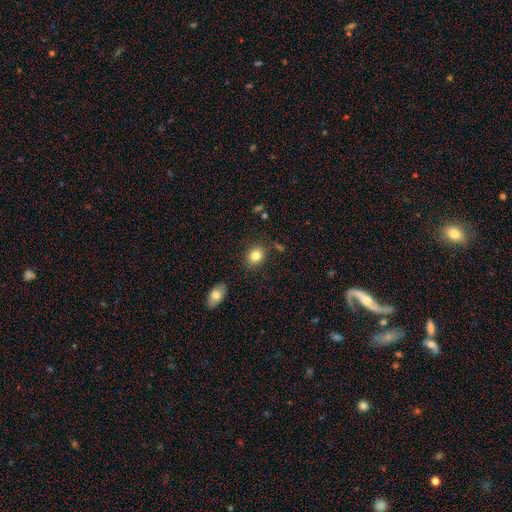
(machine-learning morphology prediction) This appears to be a smooth galaxy with no disk features (82%) that is in between round and cigar-shaped (51%). Merging: none (83%).